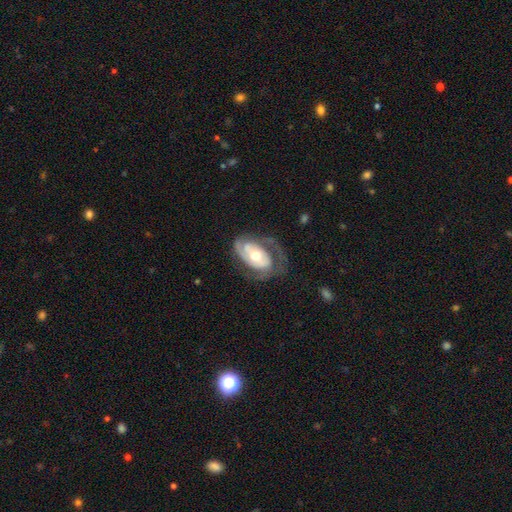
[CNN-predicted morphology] type=featured or disk (81%); edge-on=no (95%); bar=no (65%); spiral arms=yes (90%); winding=tight (50%); arm count=2 (53%); bulge=moderate (70%); merging=none (54%).